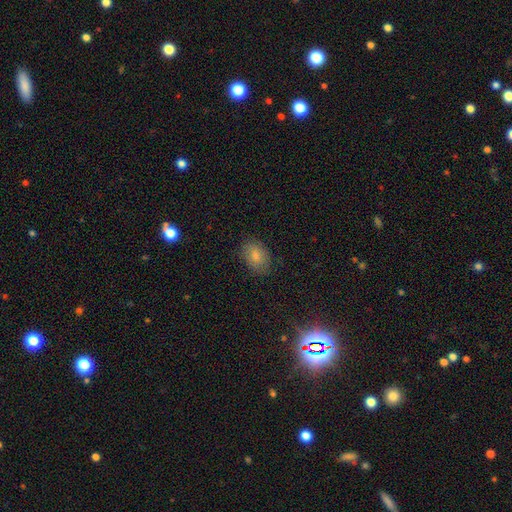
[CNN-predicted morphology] A smooth galaxy with no disk features (79%) that is in between round and cigar-shaped (83%). Merging: none (80%).